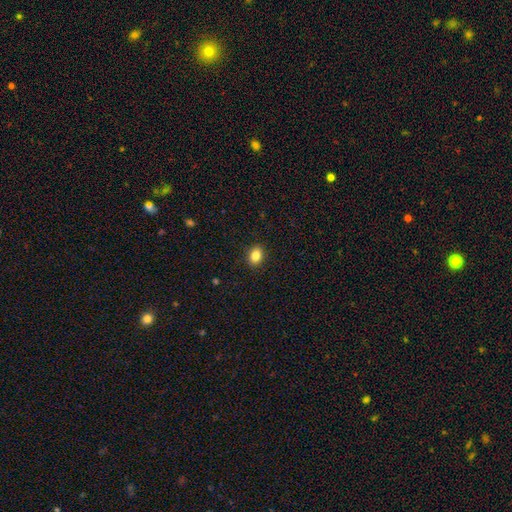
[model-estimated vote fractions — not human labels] Smooth or featured? smooth (85%)
How rounded? in between (71%)
Merging? none (90%)